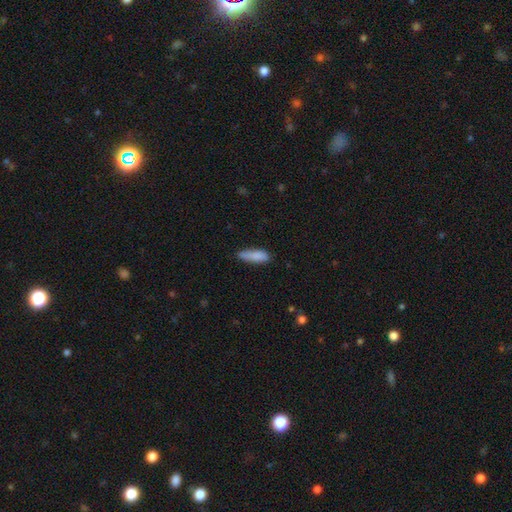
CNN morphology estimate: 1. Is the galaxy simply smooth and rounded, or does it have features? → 86% smooth, 7% featured or disk, 7% star or artifact.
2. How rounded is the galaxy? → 54% cigar-shaped, 44% in between, 2% round.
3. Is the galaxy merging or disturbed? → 66% none, 27% minor disturbance, 5% major disturbance, 2% merger.